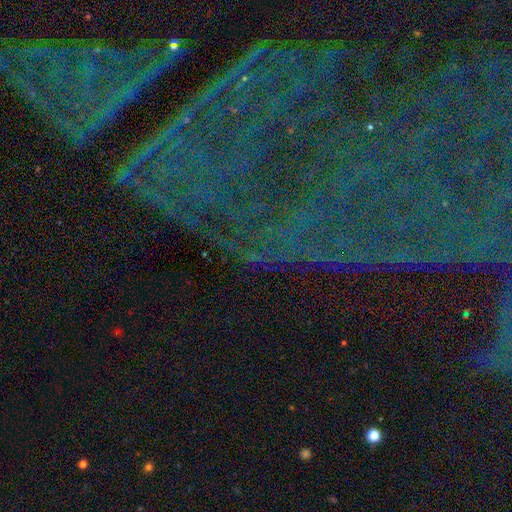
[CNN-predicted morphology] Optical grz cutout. It shows a star or artifact, not a galaxy (81%).